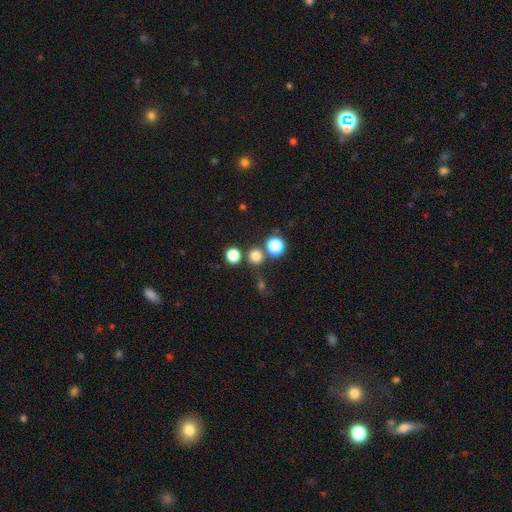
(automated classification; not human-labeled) smooth_or_featured: smooth (p=0.73) [alt: star or artifact p=0.22]
how_rounded: round (p=0.91) [alt: in between p=0.08]
merging: none (p=0.78) [alt: merger p=0.11]